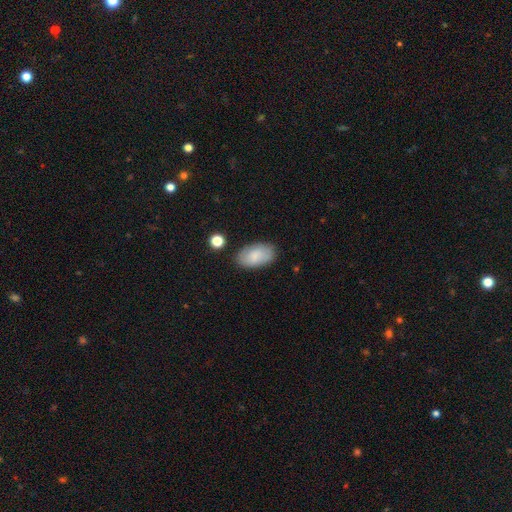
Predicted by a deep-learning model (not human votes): This appears to be a smooth galaxy with no disk features (81%) that is in between round and cigar-shaped (95%). Merging: none (80%).